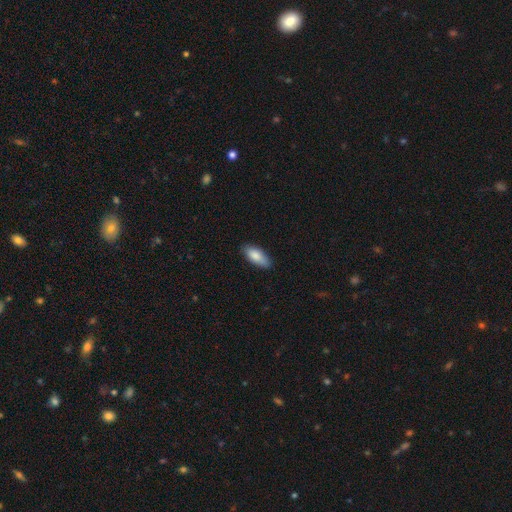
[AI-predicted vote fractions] Smooth or featured: smooth — 85% (featured or disk — 10%)
How rounded: in between — 81% (cigar-shaped — 17%)
Merging: none — 83% (minor disturbance — 14%)